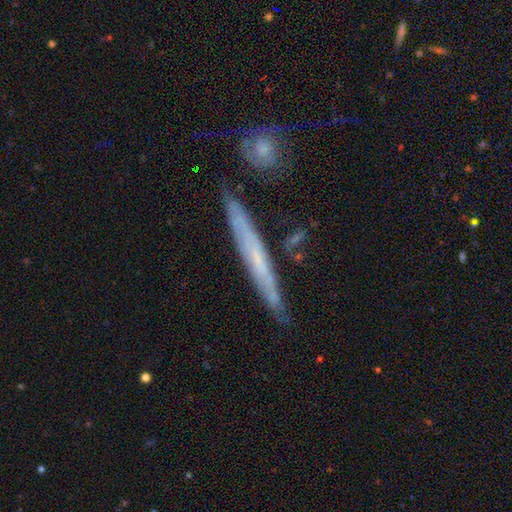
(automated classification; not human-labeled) A featured or disk galaxy (56%) viewed edge-on (89%). Merging: none (81%).